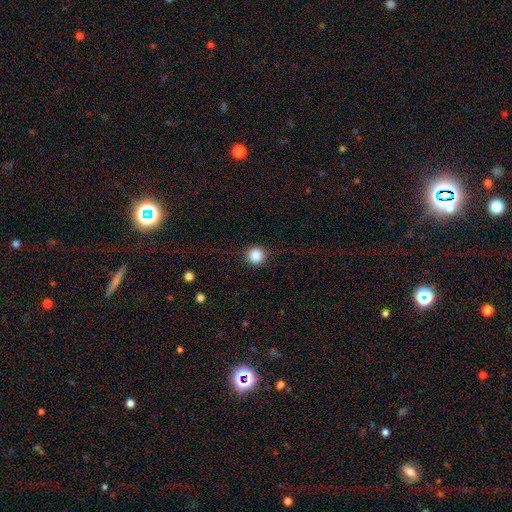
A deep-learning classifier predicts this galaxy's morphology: Smooth or featured: smooth — 85% (star or artifact — 10%)
How rounded: round — 92% (in between — 7%)
Merging: none — 83% (minor disturbance — 11%)